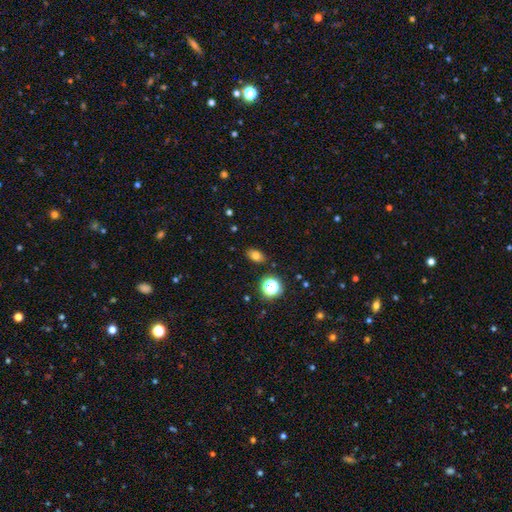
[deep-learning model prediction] smooth_or_featured: smooth (p=0.76) [alt: star or artifact p=0.15]
how_rounded: in between (p=0.81) [alt: round p=0.17]
merging: none (p=0.87) [alt: minor disturbance p=0.09]